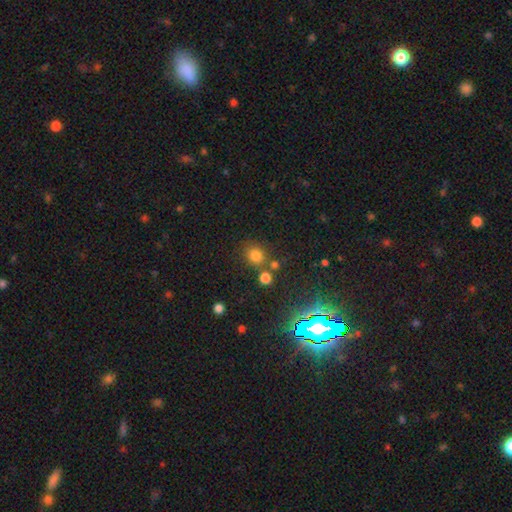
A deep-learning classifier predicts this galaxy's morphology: Q: Smooth or featured?
A: smooth (75%); runner-up: star or artifact (19%)
Q: How rounded?
A: round (80%); runner-up: in between (19%)
Q: Merging?
A: none (71%); runner-up: merger (15%)